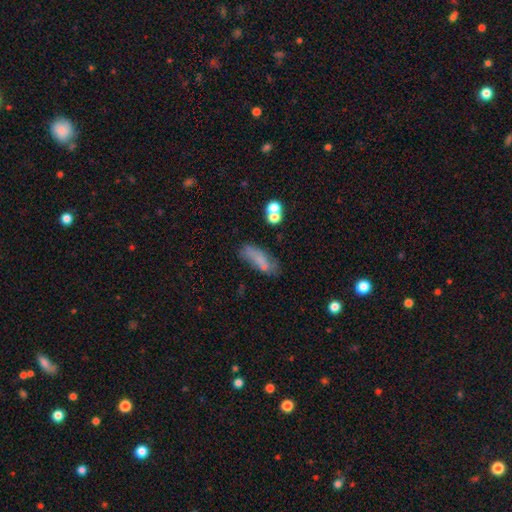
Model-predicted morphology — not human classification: A smooth galaxy with no disk features (63%) that is in between round and cigar-shaped (54%).

Vote fractions:
- Smooth or featured? smooth: 63% / featured or disk: 24% / star or artifact: 13%
- How rounded? in between: 54% / cigar-shaped: 42% / round: 4%
- Merging? none: 53% / minor disturbance: 25% / major disturbance: 12% / merger: 10%